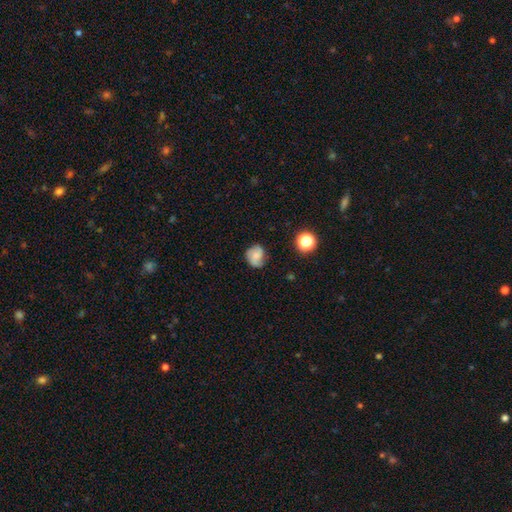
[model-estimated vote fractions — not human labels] Overall: smooth (56%; featured or disk 33%). How rounded: round (72%). Merging: none (67%).